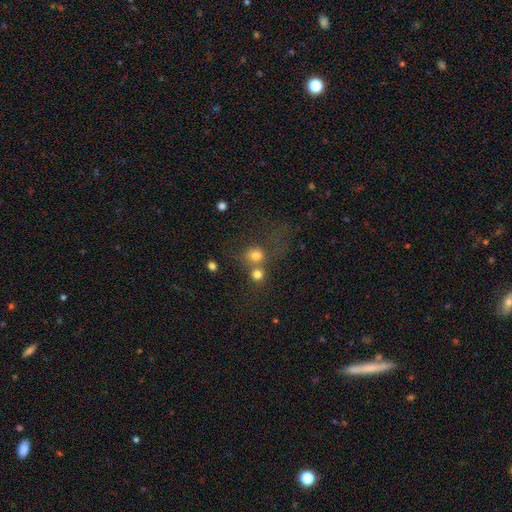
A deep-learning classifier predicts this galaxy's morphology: Smooth or featured? smooth (74%)
How rounded? round (81%)
Merging? merger (48%)